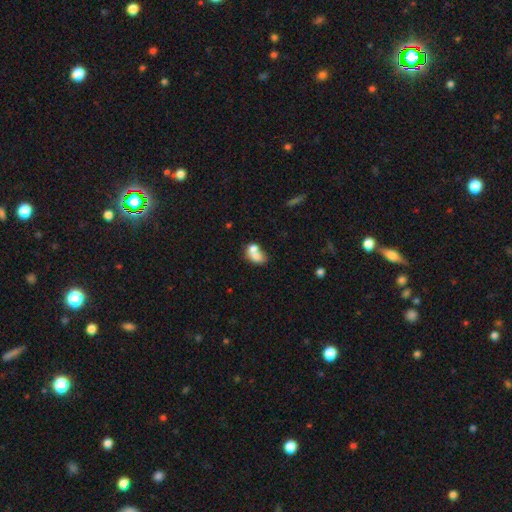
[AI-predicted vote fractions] smooth-or-featured: smooth: 69% | featured or disk: 22% | star or artifact: 9%
  how-rounded: in between: 71% | round: 27% | cigar-shaped: 2%
  merging: merger: 62% | none: 21% | minor disturbance: 10% | major disturbance: 7%